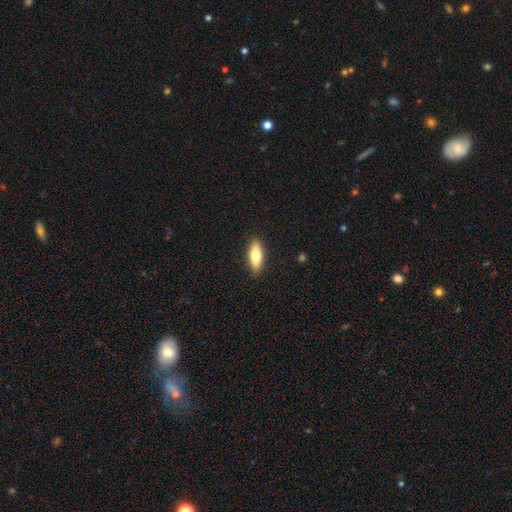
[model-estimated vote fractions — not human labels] A smooth galaxy with no disk features (67%) that is in between round and cigar-shaped (58%).

Vote fractions:
- Smooth or featured? smooth: 67% / featured or disk: 27% / star or artifact: 6%
- How rounded? in between: 58% / cigar-shaped: 39% / round: 2%
- Merging? none: 90% / minor disturbance: 7% / major disturbance: 2% / merger: 1%